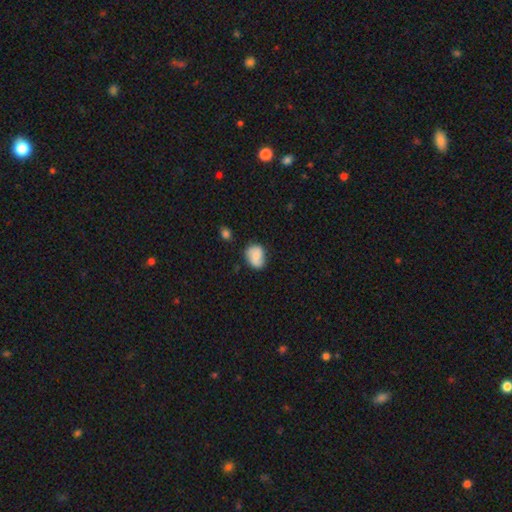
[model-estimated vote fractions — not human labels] A smooth galaxy with no disk features (66%) that is in between round and cigar-shaped (54%).

Vote fractions:
- Smooth or featured? smooth: 66% / featured or disk: 26% / star or artifact: 8%
- How rounded? in between: 54% / round: 45% / cigar-shaped: 1%
- Merging? none: 66% / minor disturbance: 25% / major disturbance: 5% / merger: 3%